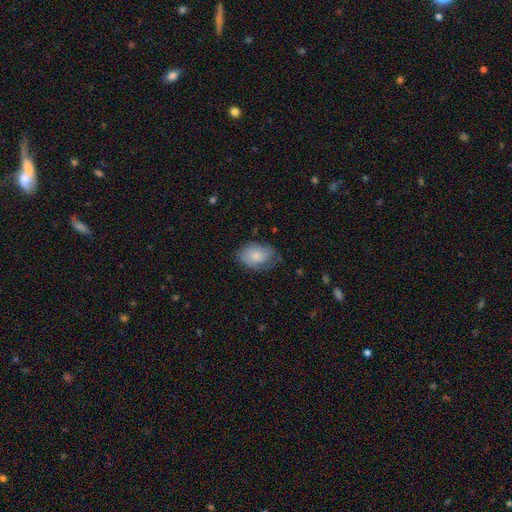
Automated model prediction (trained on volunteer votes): This appears to be a smooth galaxy with no disk features (73%) that is in between round and cigar-shaped (83%). Merging: none (63%).